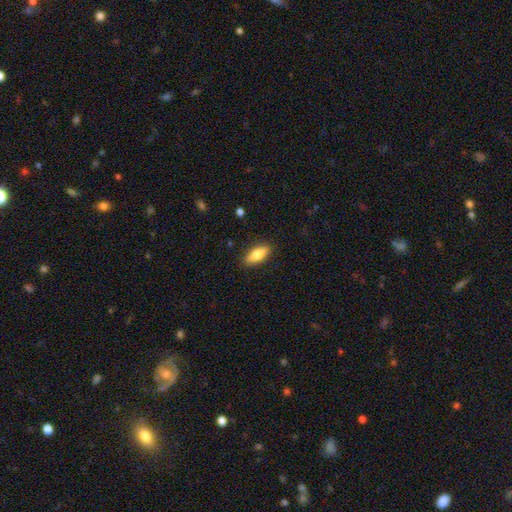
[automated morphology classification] smooth 75%, featured or disk 19%, star or artifact 6%. Down the decision tree: how rounded — in between (71%); merging — none (88%).